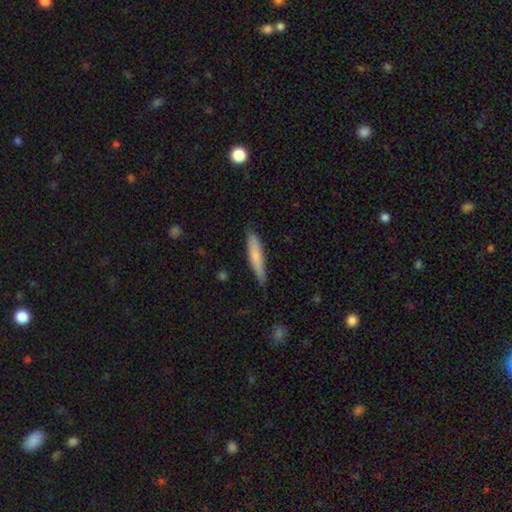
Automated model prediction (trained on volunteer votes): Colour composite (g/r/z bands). It shows a smooth galaxy with no disk features (74%) that is cigar-shaped (91%). Merging: none (83%).